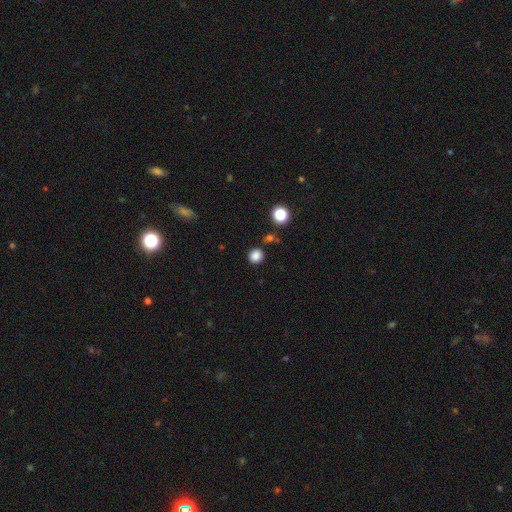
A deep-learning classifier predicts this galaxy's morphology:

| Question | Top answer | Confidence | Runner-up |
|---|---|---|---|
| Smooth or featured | smooth | 84% | star or artifact (12%) |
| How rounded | round | 88% | in between (11%) |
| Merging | none | 86% | minor disturbance (8%) |